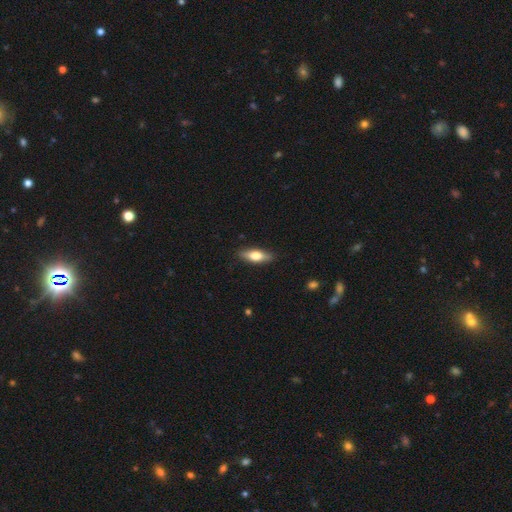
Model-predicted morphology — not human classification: Overall: smooth (58%; featured or disk 36%). How rounded: in between (59%; cigar-shaped 38%). Merging: none (87%).